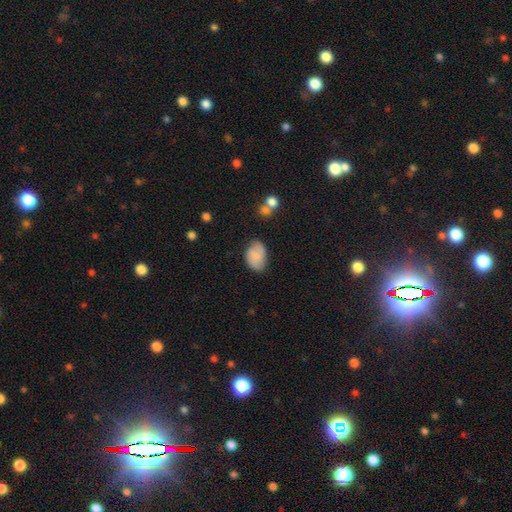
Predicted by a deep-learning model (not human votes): Overall: smooth (76%). How rounded: in between (86%). Merging: none (68%).